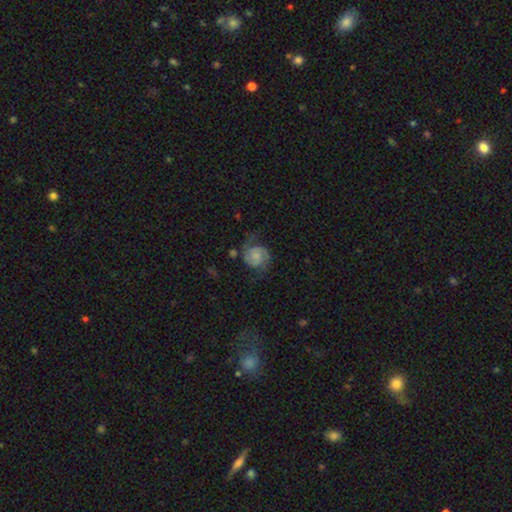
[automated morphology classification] Smooth or featured?
  - featured or disk: 82% *
  - smooth: 12%
  - star or artifact: 6%
Edge-on disk?
  - no: 98% *
  - yes: 2%
Bar?
  - no: 65% *
  - weak: 29%
  - strong: 6%
Spiral arms?
  - yes: 97% *
  - no: 3%
Spiral winding?
  - medium: 48% *
  - tight: 35%
  - loose: 17%
Spiral arm count?
  - 2: 90% *
  - can't tell: 3%
  - 3: 2%
  - 1: 2%
  - 4: 1%
  - more than 4: 1%
Bulge size?
  - small: 45% *
  - none: 30%
  - moderate: 20%
  - large: 3%
  - dominant: 2%
Merging?
  - none: 68% *
  - minor disturbance: 19%
  - major disturbance: 11%
  - merger: 3%